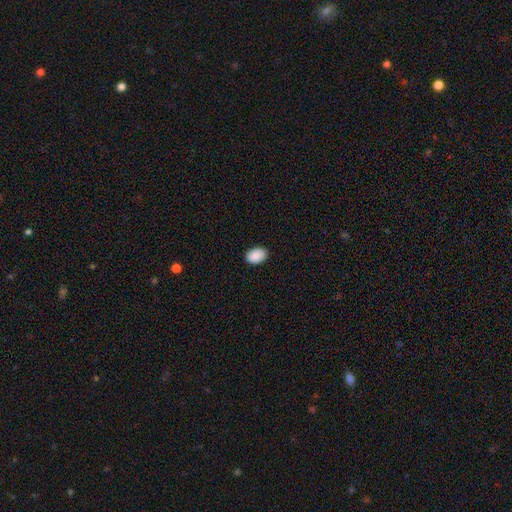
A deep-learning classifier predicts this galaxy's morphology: Smooth or featured? smooth (91%)
How rounded? in between (87%)
Merging? none (89%)